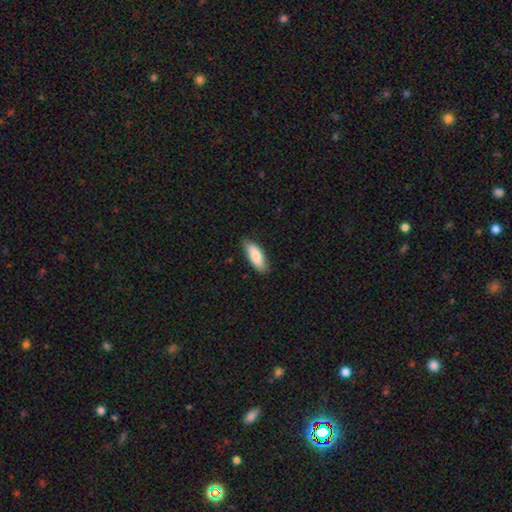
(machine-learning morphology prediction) smooth 83%, featured or disk 12%, star or artifact 5%. Down the decision tree: how rounded — in between (71%); merging — none (82%).